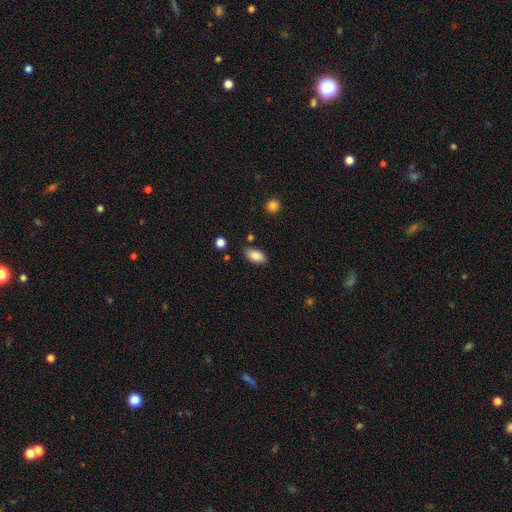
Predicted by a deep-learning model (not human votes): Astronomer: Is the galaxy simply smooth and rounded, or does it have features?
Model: smooth — 87%.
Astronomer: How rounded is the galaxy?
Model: in between — 93%.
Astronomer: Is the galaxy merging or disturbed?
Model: none — 81%.